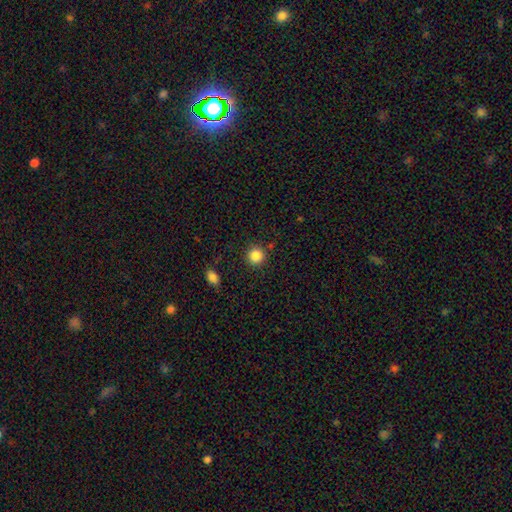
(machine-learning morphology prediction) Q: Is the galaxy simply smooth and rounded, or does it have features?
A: smooth — 86%.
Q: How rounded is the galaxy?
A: round — 94%.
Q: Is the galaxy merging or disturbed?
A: none — 89%.